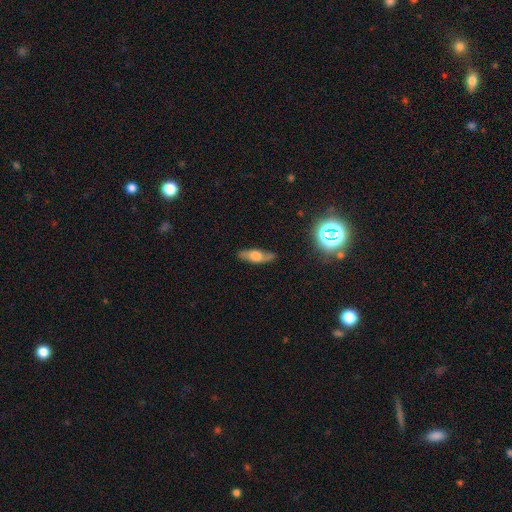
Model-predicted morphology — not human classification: type=featured or disk (46%, tied with smooth); merging=none (82%).